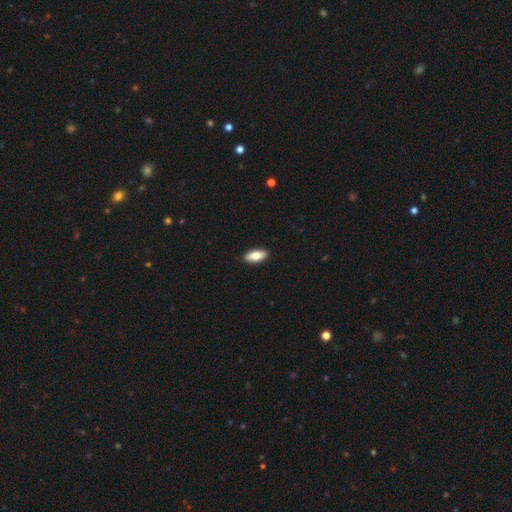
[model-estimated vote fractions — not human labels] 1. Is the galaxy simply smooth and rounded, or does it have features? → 80% smooth, 14% featured or disk, 6% star or artifact.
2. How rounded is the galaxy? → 86% in between, 11% cigar-shaped, 2% round.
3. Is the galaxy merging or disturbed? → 91% none, 6% minor disturbance, 1% major disturbance, 1% merger.